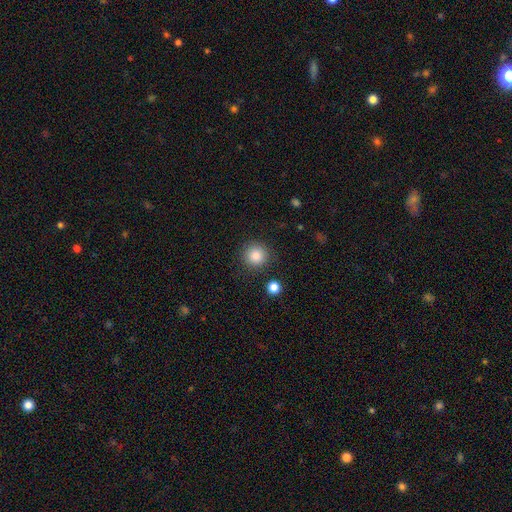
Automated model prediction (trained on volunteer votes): smooth_or_featured: smooth (p=0.85) [alt: star or artifact p=0.10]
how_rounded: round (p=0.94) [alt: in between p=0.05]
merging: none (p=0.88) [alt: minor disturbance p=0.07]